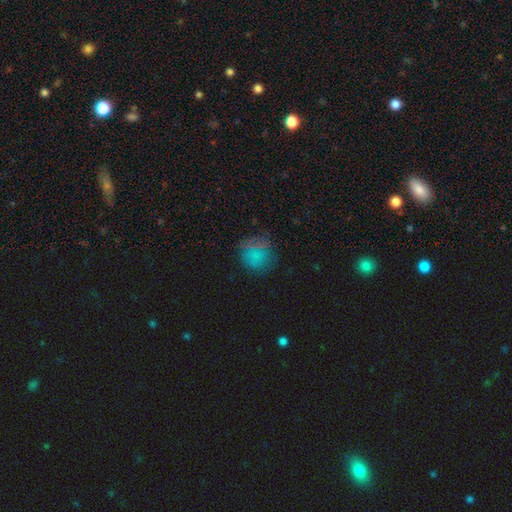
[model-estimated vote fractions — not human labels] This is likely a smooth galaxy (67%). How rounded: clearly round (89%). Merging: likely none (77%).